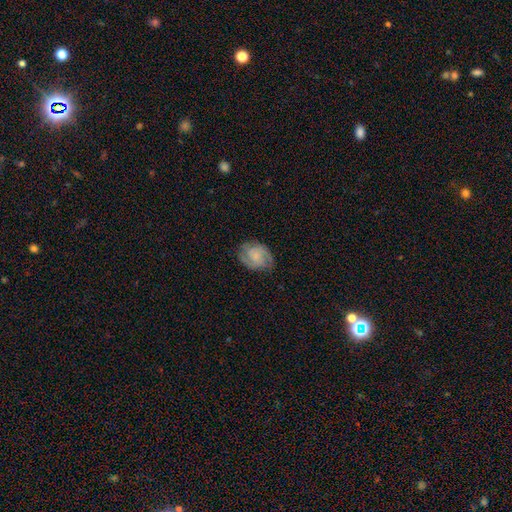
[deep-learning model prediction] A featured or disk galaxy (65%) with no bar (65%), 2 (66%) tight (45%) spiral arms (93%) and a small central bulge (46%). Merging: none (75%).